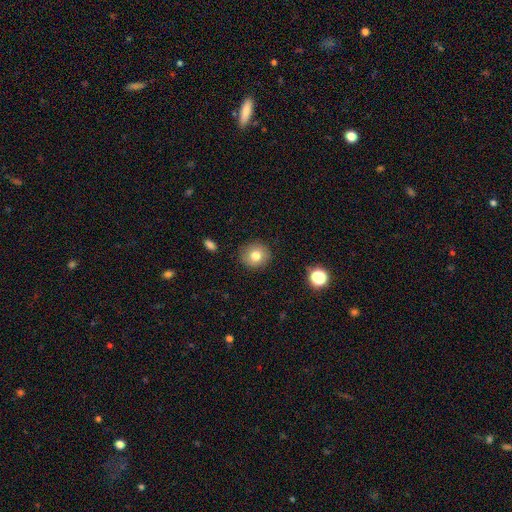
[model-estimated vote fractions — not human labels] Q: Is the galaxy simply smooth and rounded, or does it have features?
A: smooth — 78%.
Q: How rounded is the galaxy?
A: round — 85%.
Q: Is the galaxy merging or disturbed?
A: none — 89%.